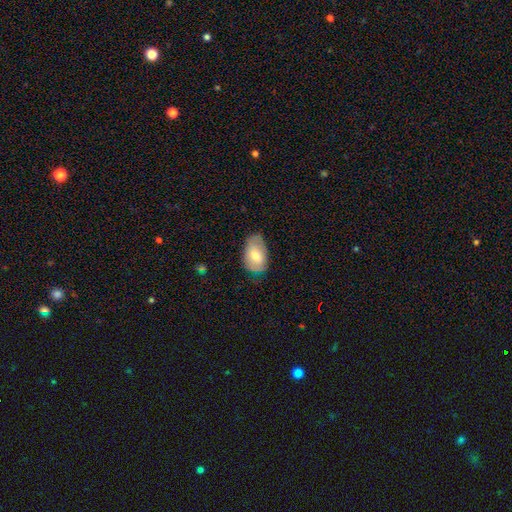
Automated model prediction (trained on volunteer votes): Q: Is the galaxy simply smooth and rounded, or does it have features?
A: smooth — 65%.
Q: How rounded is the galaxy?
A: in between — 91%.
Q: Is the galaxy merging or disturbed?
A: none — 65%.